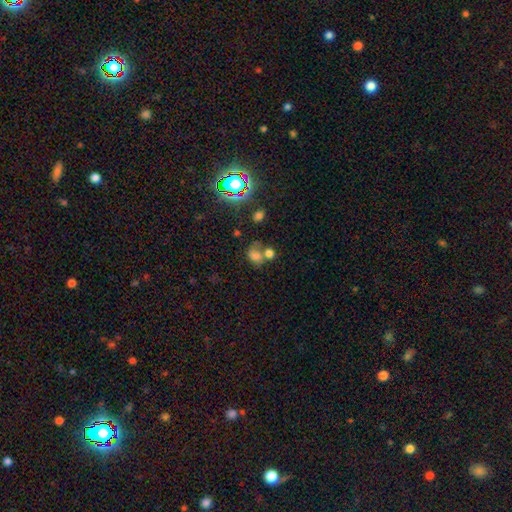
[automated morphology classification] Smooth or featured: smooth — 62% (star or artifact — 22%)
How rounded: in between — 53% (round — 46%)
Merging: merger — 45% (none — 31%)